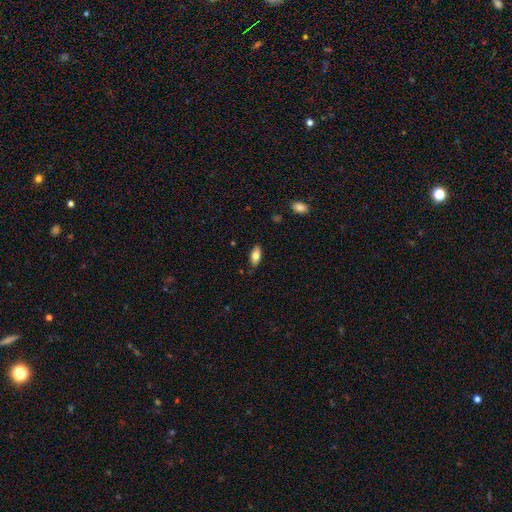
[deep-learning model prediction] Q: Smooth or featured?
A: smooth (76%); runner-up: featured or disk (17%)
Q: How rounded?
A: in between (87%); runner-up: cigar-shaped (11%)
Q: Merging?
A: none (86%); runner-up: minor disturbance (11%)